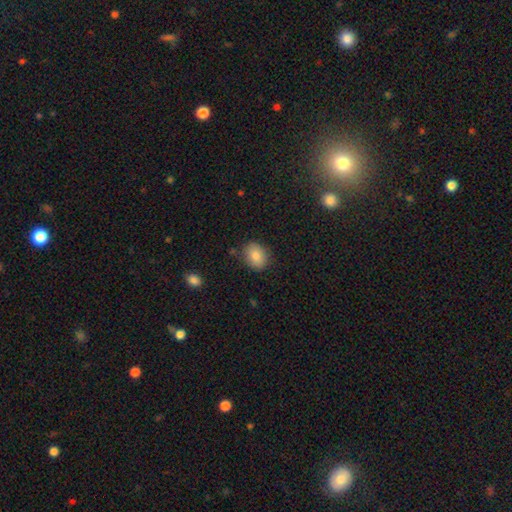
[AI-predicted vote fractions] Smooth or featured? smooth (83%)
How rounded? in between (55%)
Merging? none (83%)